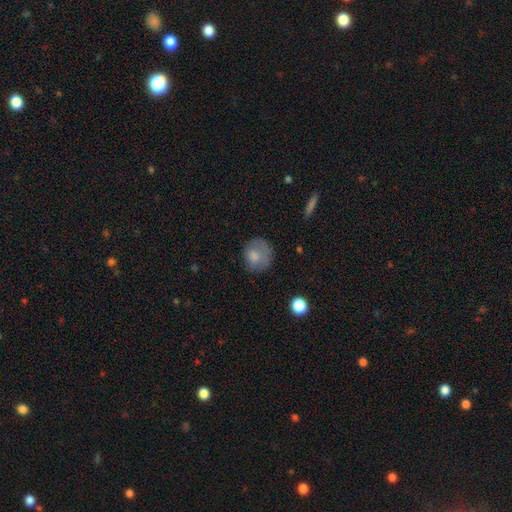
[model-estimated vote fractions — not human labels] A smooth galaxy with no disk features (76%) that is round (78%).

Vote fractions:
- Smooth or featured? smooth: 76% / featured or disk: 16% / star or artifact: 8%
- How rounded? round: 78% / in between: 21% / cigar-shaped: 1%
- Merging? none: 61% / minor disturbance: 24% / major disturbance: 13% / merger: 2%